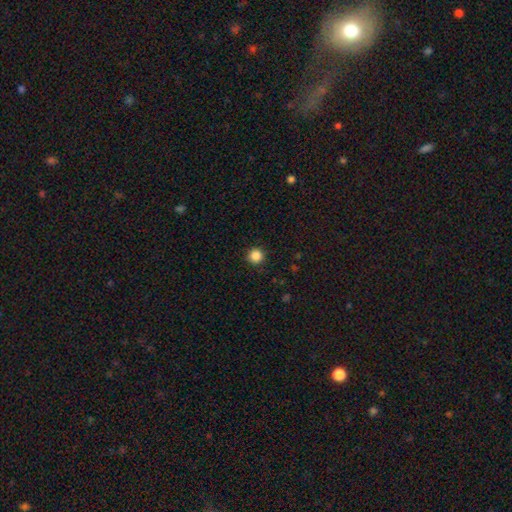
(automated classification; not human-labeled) smooth_or_featured: smooth (p=0.86) [alt: star or artifact p=0.11]
how_rounded: round (p=0.96) [alt: in between p=0.04]
merging: none (p=0.92) [alt: minor disturbance p=0.05]